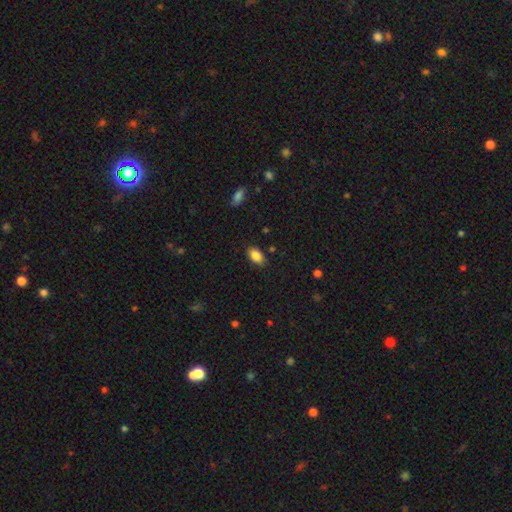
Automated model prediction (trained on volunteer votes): Overall: smooth (86%). How rounded: in between (91%). Merging: none (85%).